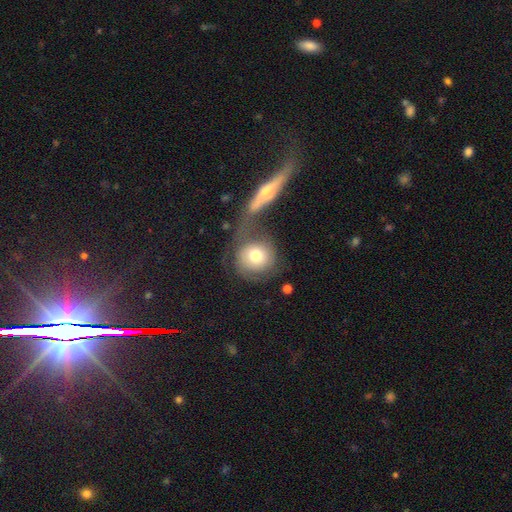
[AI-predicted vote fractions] smooth_or_featured: smooth (p=0.65) [alt: featured or disk p=0.28]
how_rounded: round (p=0.86) [alt: in between p=0.13]
merging: merger (p=0.39) [alt: none p=0.33]